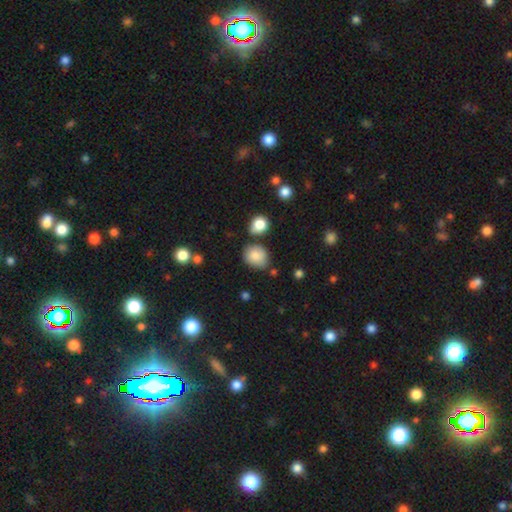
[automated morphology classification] A smooth galaxy with no disk features (83%) that is round (59%).

Vote fractions:
- Smooth or featured? smooth: 83% / star or artifact: 9% / featured or disk: 7%
- How rounded? round: 59% / in between: 40% / cigar-shaped: 1%
- Merging? none: 72% / minor disturbance: 17% / merger: 7% / major disturbance: 4%